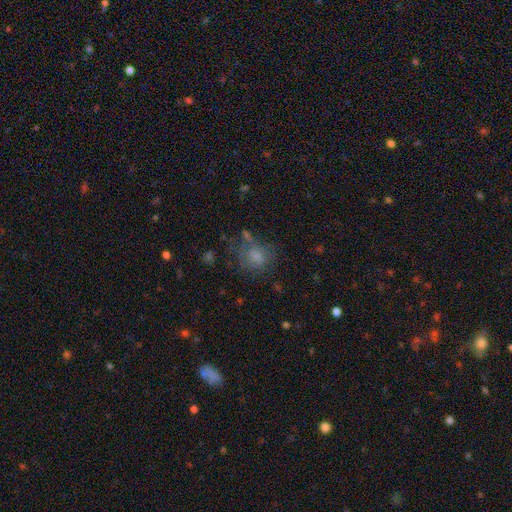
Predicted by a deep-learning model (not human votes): smooth_or_featured: smooth (p=0.60) [alt: featured or disk p=0.24]
how_rounded: round (p=0.52) [alt: in between p=0.46]
merging: none (p=0.43) [alt: major disturbance p=0.25]